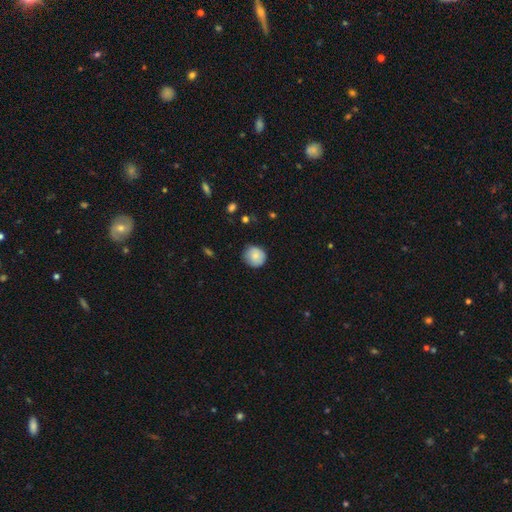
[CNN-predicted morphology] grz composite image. It shows a smooth galaxy with no disk features (81%) that is round (90%). Merging: none (79%).